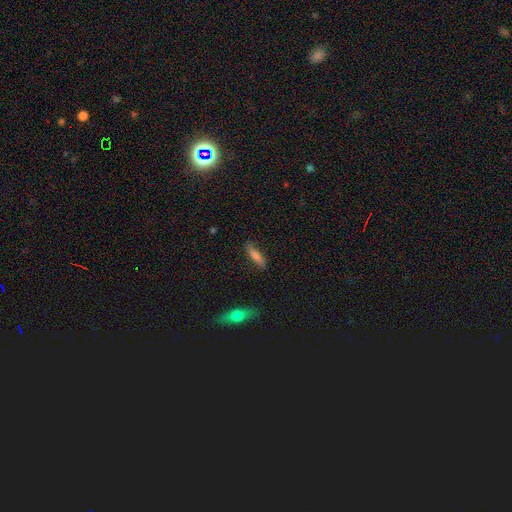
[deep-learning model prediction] Morphology: type=smooth (70%); roundness=cigar-shaped (67%); merging=none (78%).